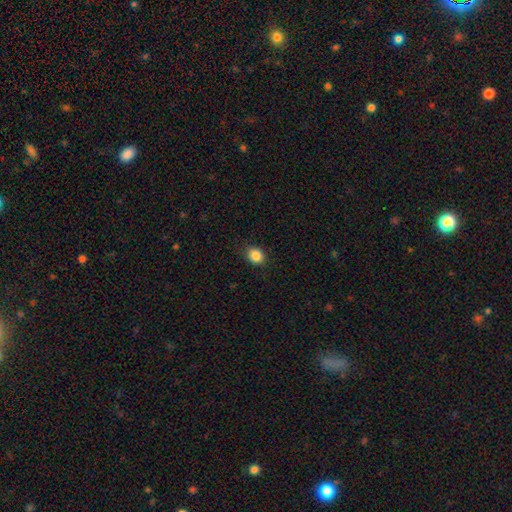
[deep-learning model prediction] The model was most divided on "how rounded": round: 60%, in between: 39%, cigar-shaped: 1%. More confident: smooth or featured — smooth (86%); merging — none (86%).